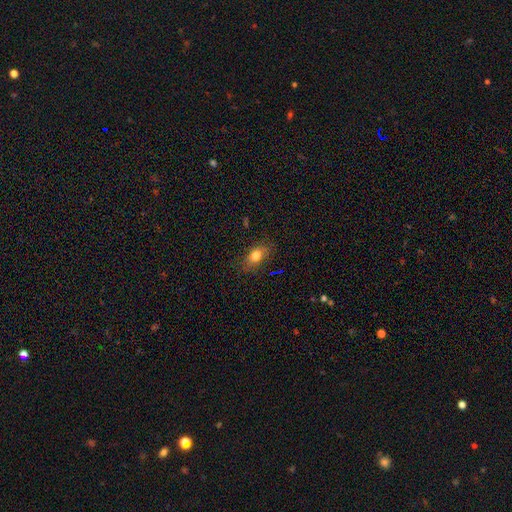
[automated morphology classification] Smooth or featured?
  - smooth: 77% *
  - featured or disk: 12%
  - star or artifact: 10%
How rounded?
  - in between: 77% *
  - round: 18%
  - cigar-shaped: 5%
Merging?
  - none: 80% *
  - minor disturbance: 15%
  - major disturbance: 4%
  - merger: 1%